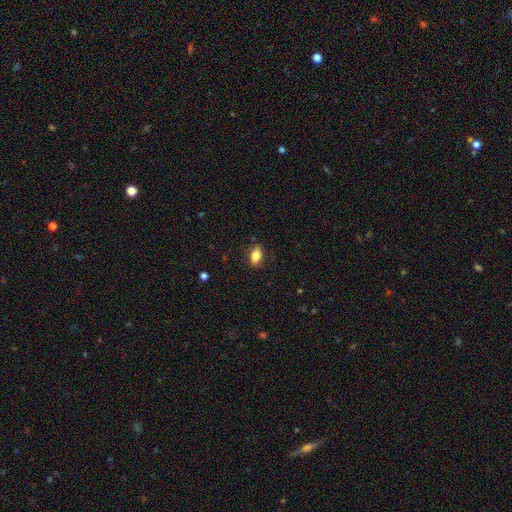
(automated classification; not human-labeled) Q: Smooth or featured?
A: smooth (83%); runner-up: featured or disk (9%)
Q: How rounded?
A: in between (86%); runner-up: round (9%)
Q: Merging?
A: none (85%); runner-up: minor disturbance (11%)